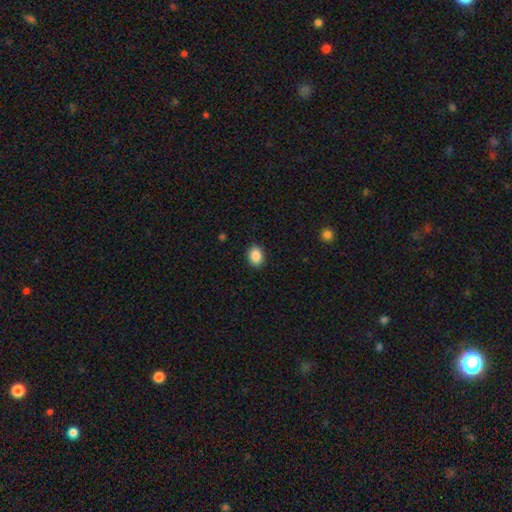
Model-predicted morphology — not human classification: This appears to be a smooth galaxy with no disk features (88%) that is in between round and cigar-shaped (66%). Merging: none (90%).